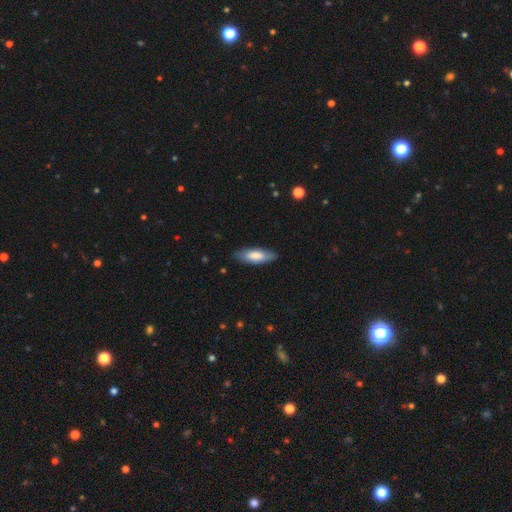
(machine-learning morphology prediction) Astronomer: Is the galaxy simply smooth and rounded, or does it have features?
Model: smooth — 75%.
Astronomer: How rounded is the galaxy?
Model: in between — 62%.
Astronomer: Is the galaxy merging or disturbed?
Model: none — 82%.